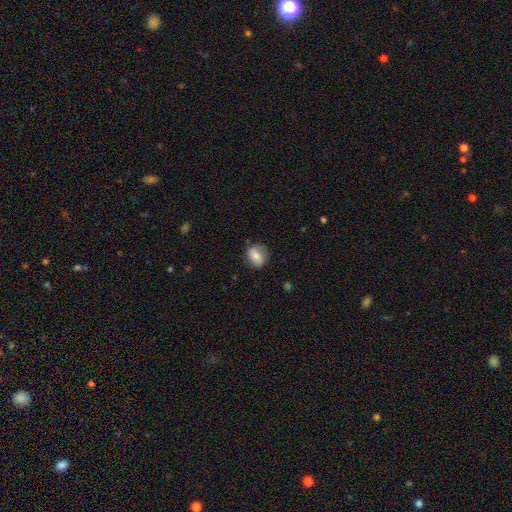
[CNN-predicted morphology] A smooth galaxy with no disk features (70%) that is round (63%). Merging: none (74%).